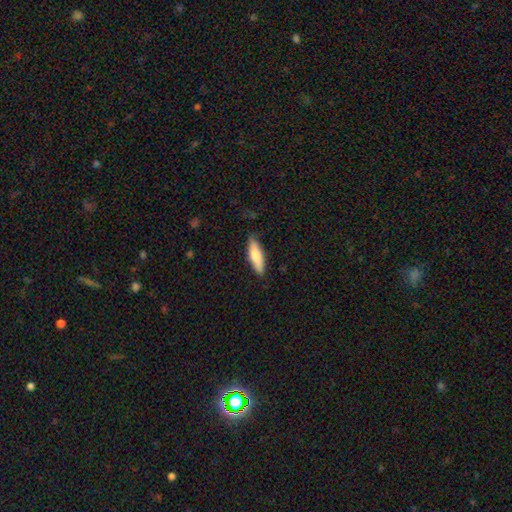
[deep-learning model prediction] smooth-or-featured: smooth: 74% | featured or disk: 20% | star or artifact: 5%
  how-rounded: cigar-shaped: 56% | in between: 42% | round: 2%
  merging: none: 83% | minor disturbance: 13% | major disturbance: 2% | merger: 1%